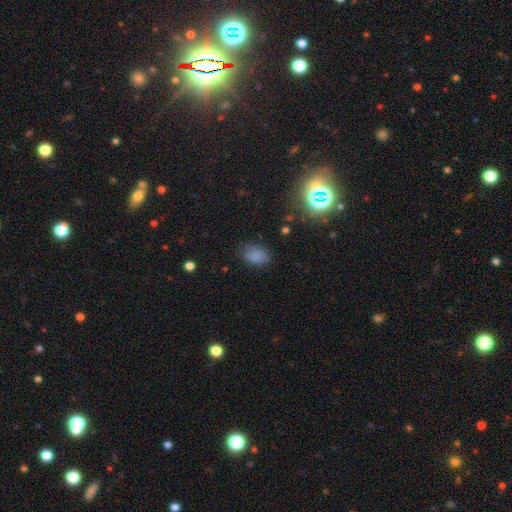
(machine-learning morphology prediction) Smooth or featured? Predicted: smooth (p=0.81). How rounded? Predicted: in between (p=0.82). Merging? Predicted: none (p=0.73).